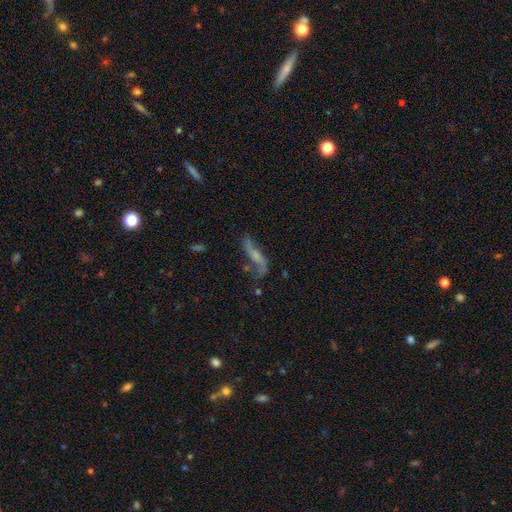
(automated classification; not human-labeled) This is likely a featured or disk galaxy (67%). It is likely not viewed edge-on (79%). Bar: possibly no (51%). Spiral arm pattern: clearly yes (84%). Central bulge: marginally small (41%). Merging: possibly none (52%).